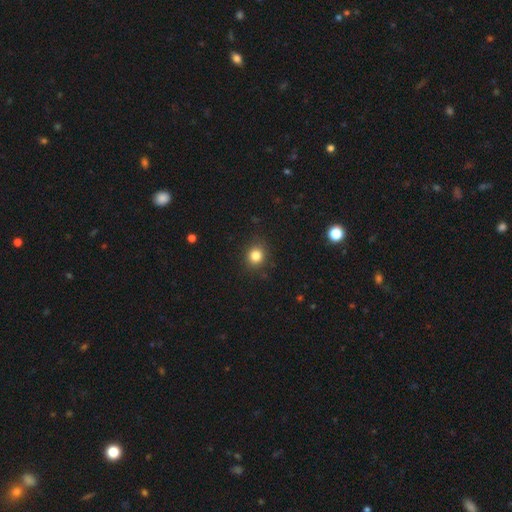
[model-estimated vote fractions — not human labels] This appears to be a smooth galaxy with no disk features (83%) that is round (80%). Merging: none (88%).